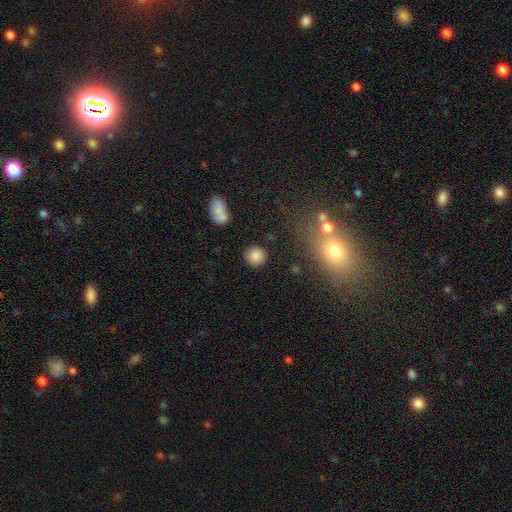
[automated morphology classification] Overall: smooth (85%). How rounded: round (92%). Merging: none (88%).